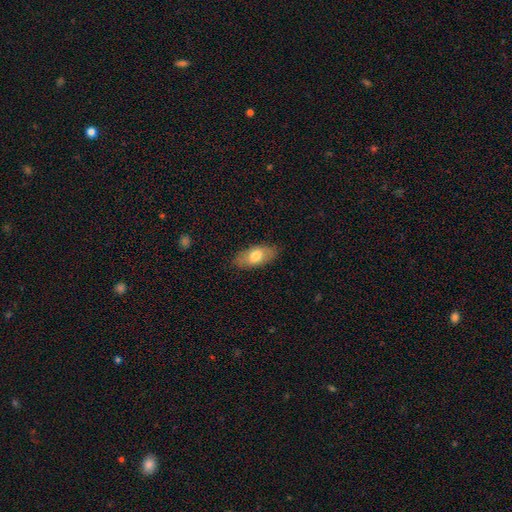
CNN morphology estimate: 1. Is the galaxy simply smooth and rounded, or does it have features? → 71% smooth, 23% featured or disk, 6% star or artifact.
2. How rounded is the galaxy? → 89% in between, 7% cigar-shaped, 3% round.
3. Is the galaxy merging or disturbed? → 84% none, 13% minor disturbance, 3% major disturbance, 1% merger.